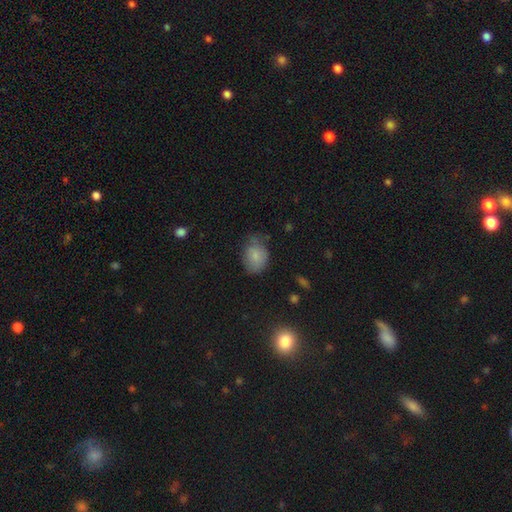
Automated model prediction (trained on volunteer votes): This is clearly a smooth galaxy (81%). How rounded: likely in between (62%). Merging: possibly none (53%).